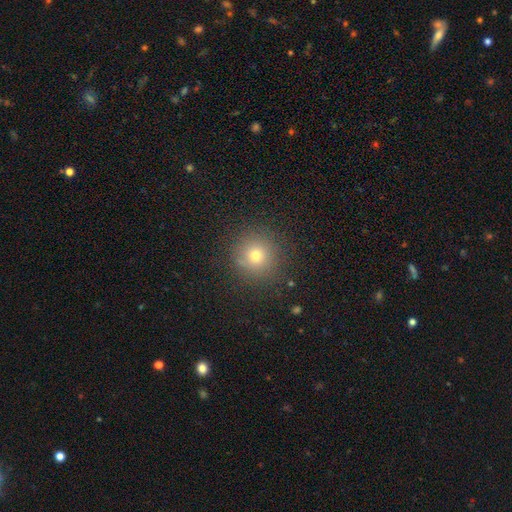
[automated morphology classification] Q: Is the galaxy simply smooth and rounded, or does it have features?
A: smooth — 71%.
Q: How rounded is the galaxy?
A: round — 94%.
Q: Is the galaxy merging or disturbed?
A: none — 86%.